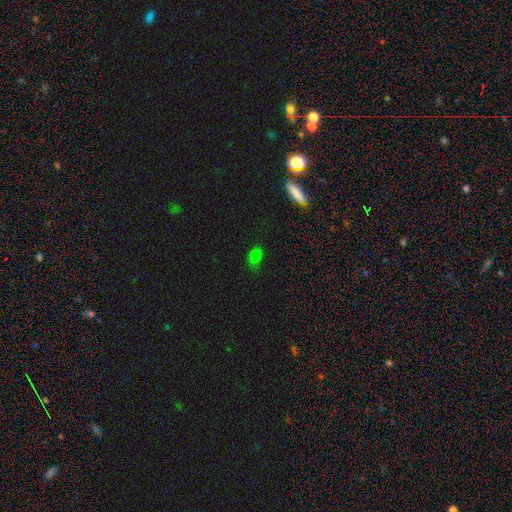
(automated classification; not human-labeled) Smooth or featured?
  - smooth: 75% *
  - star or artifact: 20%
  - featured or disk: 5%
How rounded?
  - in between: 70% *
  - round: 27%
  - cigar-shaped: 3%
Merging?
  - none: 72% *
  - minor disturbance: 21%
  - major disturbance: 5%
  - merger: 2%